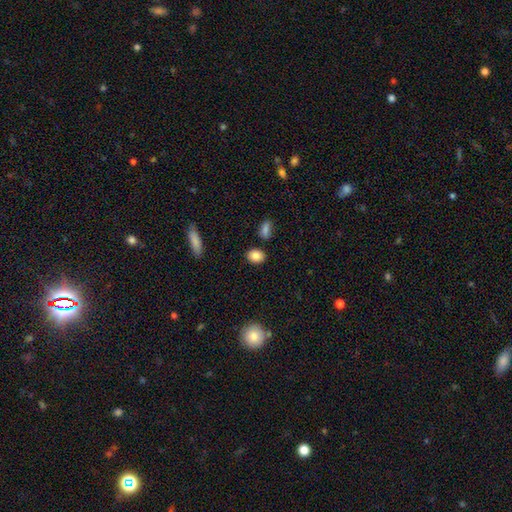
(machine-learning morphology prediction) Overall: smooth (85%). How rounded: in between (51%; round 48%). Merging: none (85%).